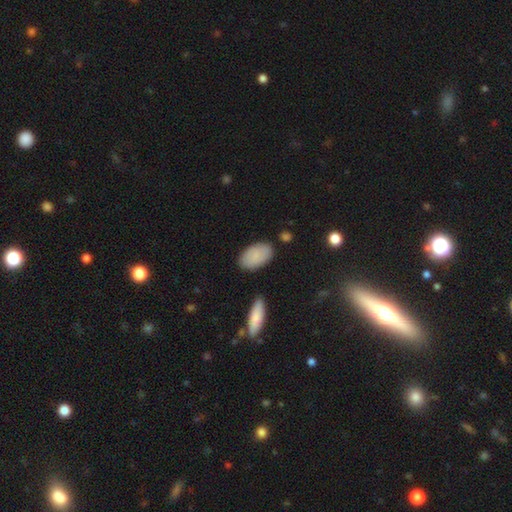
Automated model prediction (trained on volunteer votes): smooth_or_featured: smooth (p=0.86) [alt: featured or disk p=0.08]
how_rounded: in between (p=0.95) [alt: round p=0.03]
merging: none (p=0.82) [alt: minor disturbance p=0.12]